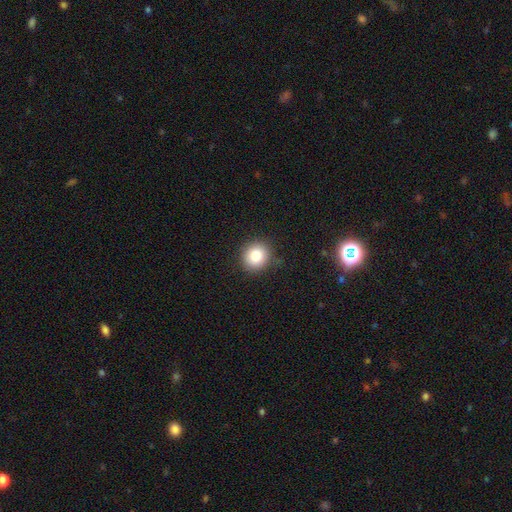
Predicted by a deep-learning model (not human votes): This is clearly a smooth galaxy (83%). How rounded: clearly round (84%). Merging: clearly none (87%).